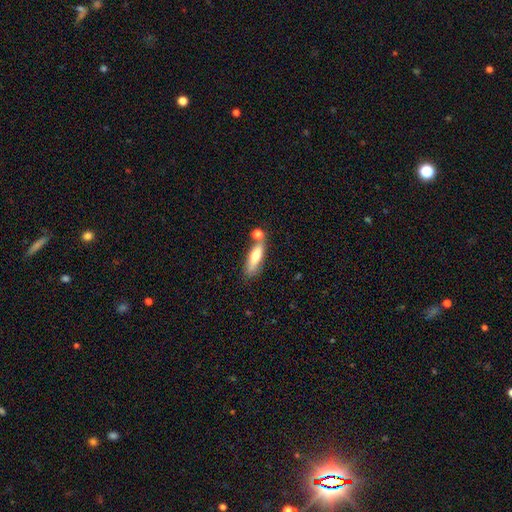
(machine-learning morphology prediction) Overall: smooth (69%). How rounded: cigar-shaped (50%; in between 47%). Merging: none (61%).